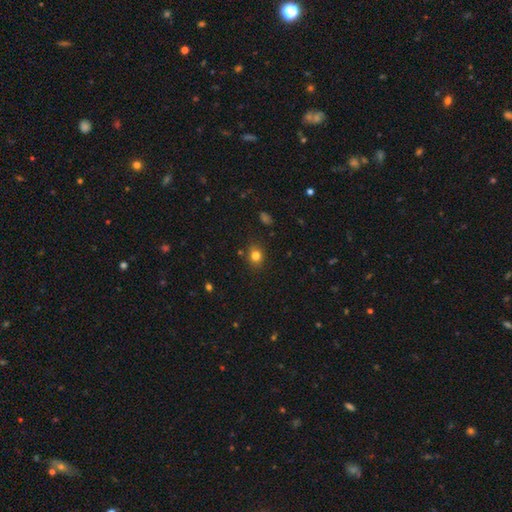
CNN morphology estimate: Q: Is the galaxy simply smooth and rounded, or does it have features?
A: smooth — 80%.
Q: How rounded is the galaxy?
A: round — 67%.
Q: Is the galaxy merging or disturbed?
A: none — 83%.